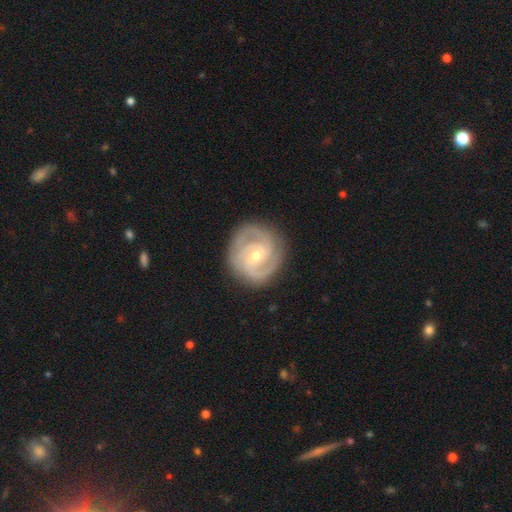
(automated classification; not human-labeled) Overall: featured or disk (90%). Edge-on disk: no (98%). Bar: weak (44%; no 40%). Spiral arms: yes (98%). Spiral arm count: 2 (45%; 3 35%). Spiral winding: tight (63%; medium 32%). Bulge size: moderate (51%; small 46%). Merging: none (84%).